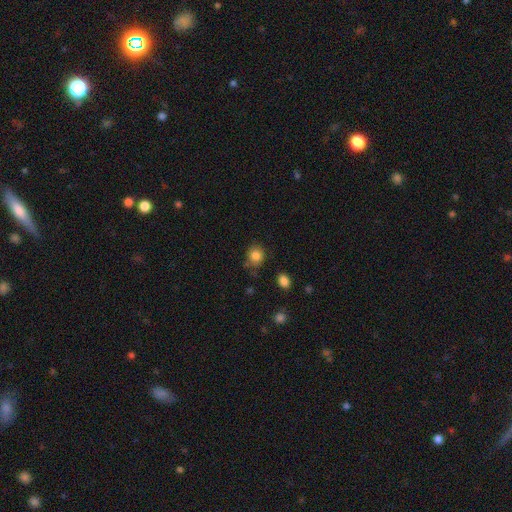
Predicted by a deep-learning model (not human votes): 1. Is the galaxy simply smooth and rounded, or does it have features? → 84% smooth, 10% star or artifact, 6% featured or disk.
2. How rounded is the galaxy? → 72% round, 27% in between, 1% cigar-shaped.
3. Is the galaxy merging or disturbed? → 72% none, 20% minor disturbance, 5% major disturbance, 3% merger.